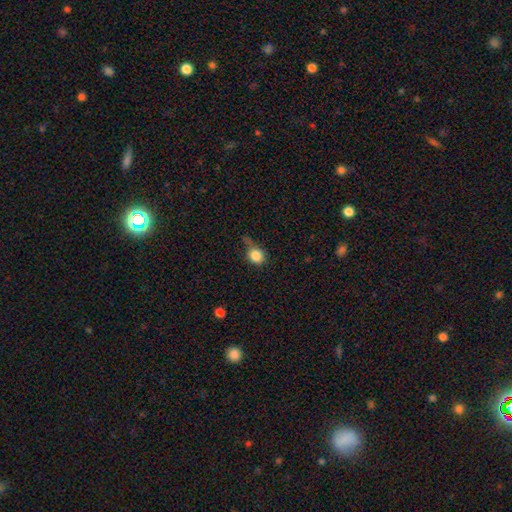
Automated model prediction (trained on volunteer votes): Smooth or featured? Predicted: smooth (p=0.83). How rounded? Predicted: round (p=0.73). Merging? Predicted: none (p=0.45).